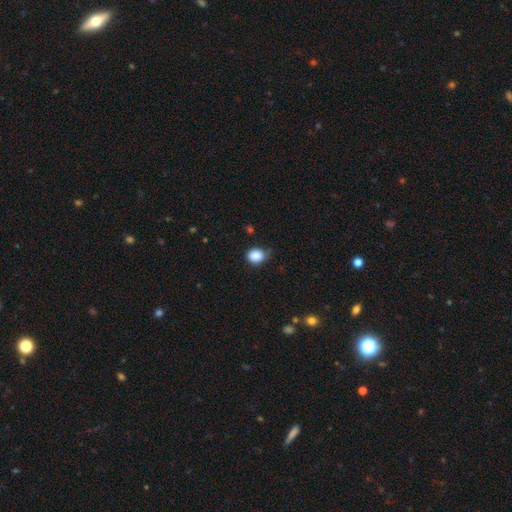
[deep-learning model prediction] Morphology: type=smooth (87%); roundness=round (67%); merging=none (64%).